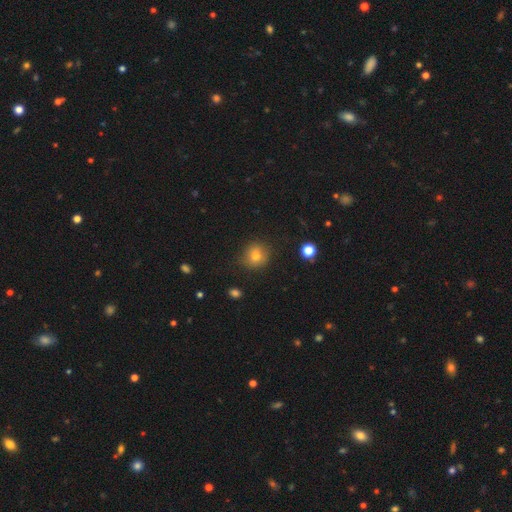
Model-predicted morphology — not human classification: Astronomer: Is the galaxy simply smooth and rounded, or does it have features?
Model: smooth — 77%.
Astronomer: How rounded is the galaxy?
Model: round — 87%.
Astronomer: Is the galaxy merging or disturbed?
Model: none — 84%.